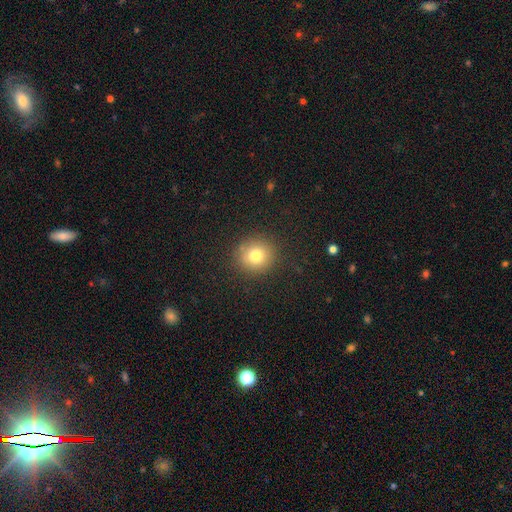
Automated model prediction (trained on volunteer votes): The model was most divided on "smooth or featured": smooth: 77%, star or artifact: 13%, featured or disk: 10%. More confident: how rounded — round (89%); merging — none (88%).